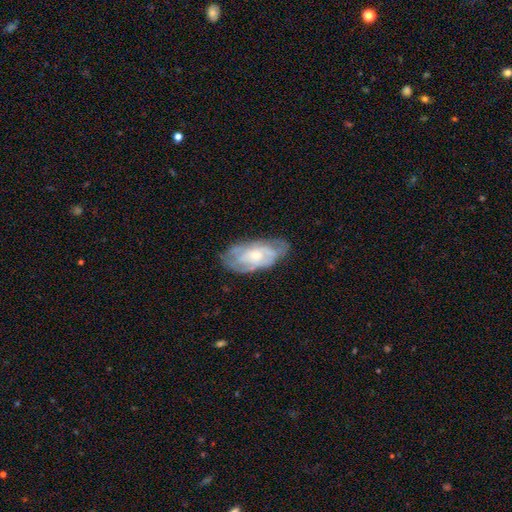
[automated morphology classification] Smooth or featured: featured or disk — 63% (smooth — 31%)
Edge-on disk: no — 92% (yes — 8%)
Bar: no — 75% (weak — 21%)
Spiral arms: yes — 68% (no — 32%)
Bulge size: small — 48% (moderate — 43%)
Merging: none — 63% (minor disturbance — 26%)